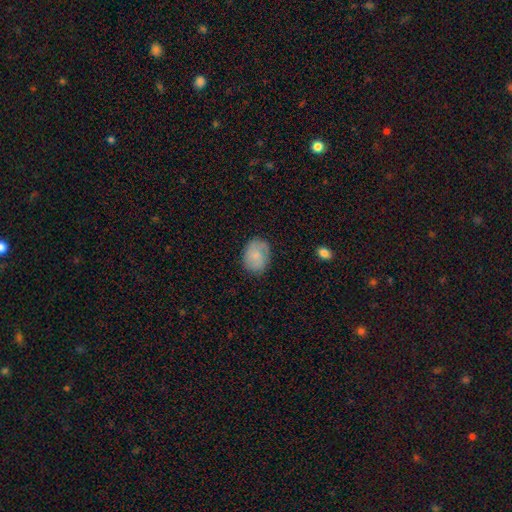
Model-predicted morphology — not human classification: smooth_or_featured: smooth (p=0.70) [alt: featured or disk p=0.22]
how_rounded: in between (p=0.57) [alt: round p=0.42]
merging: none (p=0.71) [alt: minor disturbance p=0.21]